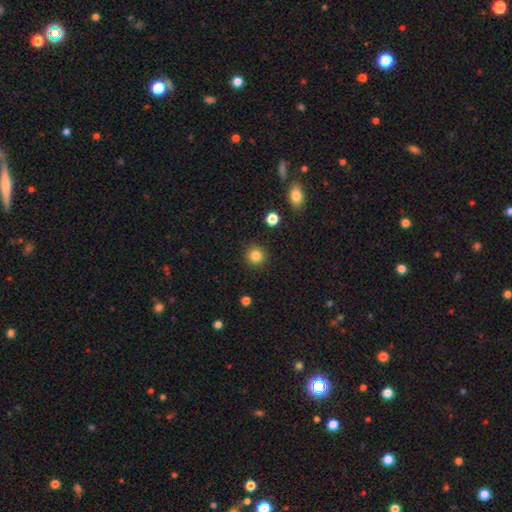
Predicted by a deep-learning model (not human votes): Smooth or featured: smooth — 84% (star or artifact — 11%)
How rounded: round — 94% (in between — 5%)
Merging: none — 91% (minor disturbance — 6%)